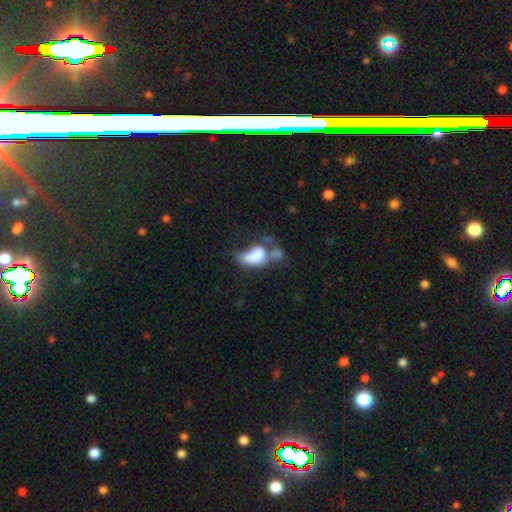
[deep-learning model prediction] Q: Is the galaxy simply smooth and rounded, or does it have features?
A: smooth — 64%.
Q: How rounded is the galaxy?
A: in between — 88%.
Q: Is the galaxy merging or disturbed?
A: merger — 45%.